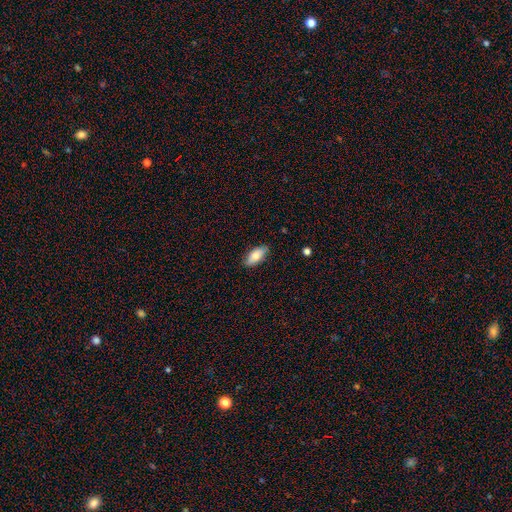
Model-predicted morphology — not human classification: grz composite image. It shows a smooth galaxy with no disk features (78%) that is in between round and cigar-shaped (88%). Merging: none (83%).